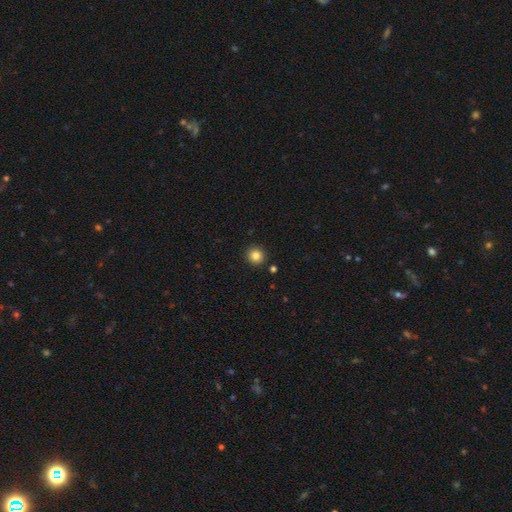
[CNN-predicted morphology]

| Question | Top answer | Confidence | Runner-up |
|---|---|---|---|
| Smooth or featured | smooth | 83% | star or artifact (11%) |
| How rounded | round | 94% | in between (5%) |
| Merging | none | 91% | minor disturbance (5%) |